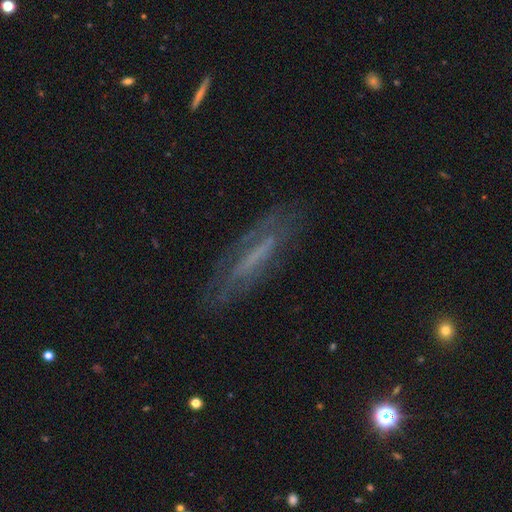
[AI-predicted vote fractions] Smooth or featured? featured or disk (60%)
Edge-on disk? no (55%)
Merging? none (72%)